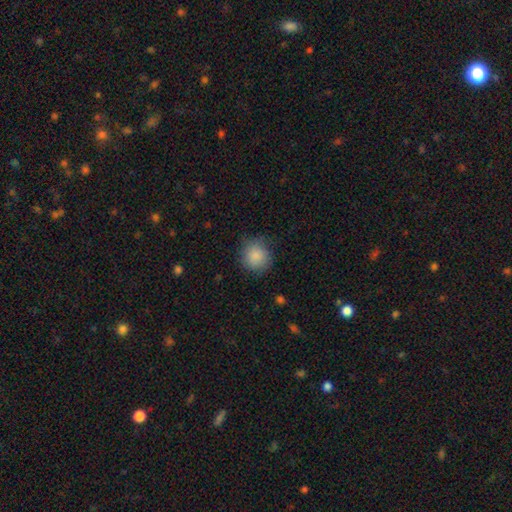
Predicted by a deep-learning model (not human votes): smooth-or-featured: smooth: 87% | star or artifact: 8% | featured or disk: 5%
  how-rounded: round: 91% | in between: 8% | cigar-shaped: 1%
  merging: none: 81% | minor disturbance: 14% | major disturbance: 4% | merger: 1%